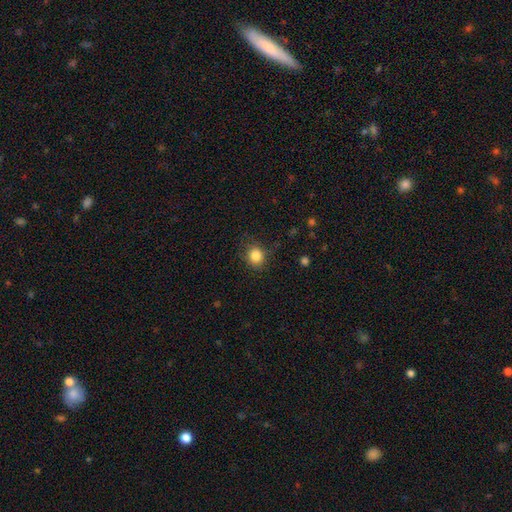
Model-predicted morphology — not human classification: smooth-or-featured: smooth: 85% | star or artifact: 11% | featured or disk: 5%
  how-rounded: round: 82% | in between: 17% | cigar-shaped: 1%
  merging: none: 82% | minor disturbance: 13% | major disturbance: 4% | merger: 1%